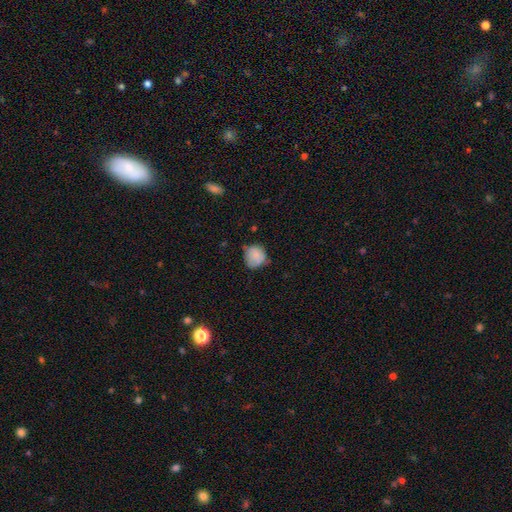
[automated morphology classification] The model was most divided on "merging": none: 54%, minor disturbance: 36%, major disturbance: 7%, merger: 3%. More confident: smooth or featured — smooth (80%); how rounded — round (80%).